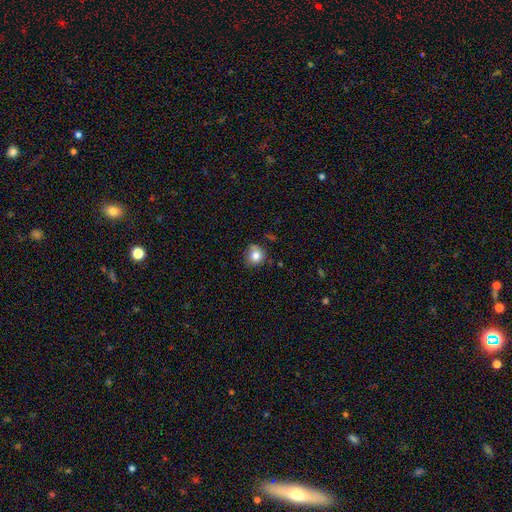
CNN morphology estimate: Smooth or featured? smooth (81%)
How rounded? round (87%)
Merging? none (72%)